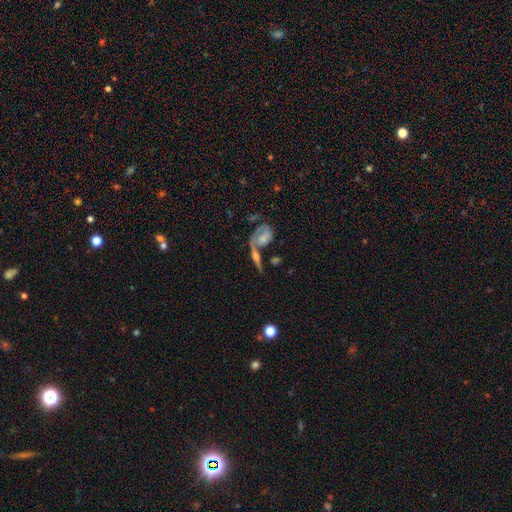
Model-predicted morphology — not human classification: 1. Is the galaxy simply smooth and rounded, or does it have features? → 62% featured or disk, 27% smooth, 11% star or artifact.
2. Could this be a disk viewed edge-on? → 58% no, 42% yes.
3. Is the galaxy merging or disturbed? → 44% merger, 33% none, 11% minor disturbance, 11% major disturbance.